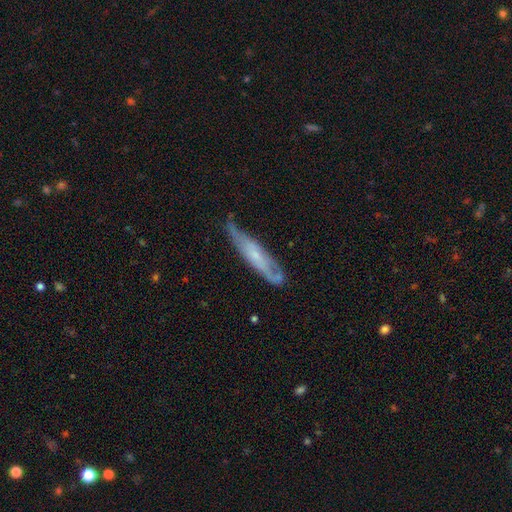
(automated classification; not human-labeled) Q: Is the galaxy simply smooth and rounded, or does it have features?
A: featured or disk — 60%.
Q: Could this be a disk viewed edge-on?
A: yes — 57%.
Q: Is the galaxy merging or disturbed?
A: none — 61%.